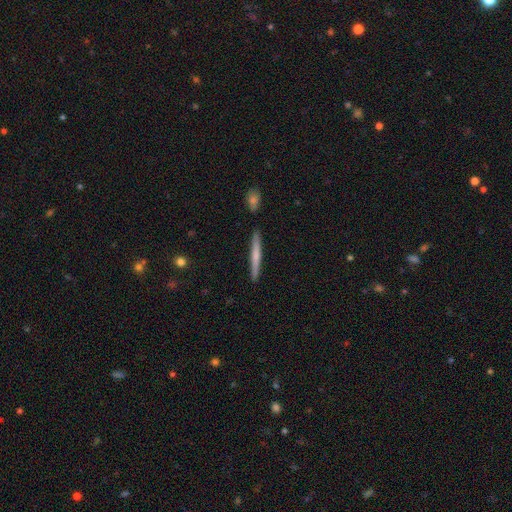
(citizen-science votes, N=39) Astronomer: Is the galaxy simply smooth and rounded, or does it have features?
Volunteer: featured or disk — 49% (runner-up: smooth, 46%).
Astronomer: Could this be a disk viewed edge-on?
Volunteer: yes — 100%.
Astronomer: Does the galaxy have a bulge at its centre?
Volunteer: rounded — 53% (runner-up: none, 42%).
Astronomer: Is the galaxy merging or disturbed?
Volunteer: none — 92%.